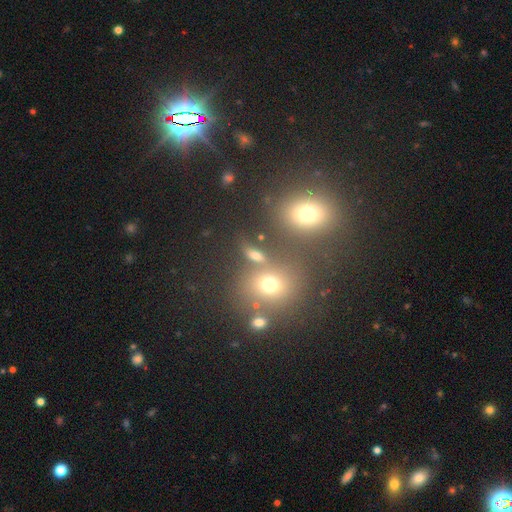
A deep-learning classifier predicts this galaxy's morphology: Smooth or featured? smooth (66%)
How rounded? in between (52%)
Merging? none (64%)